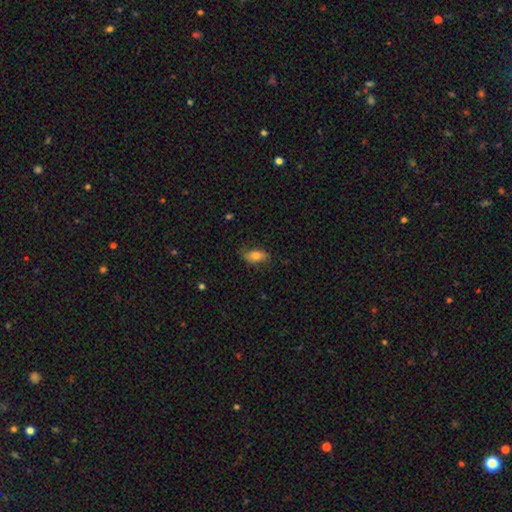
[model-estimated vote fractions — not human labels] Q: Smooth or featured?
A: smooth (67%); runner-up: featured or disk (25%)
Q: How rounded?
A: in between (84%); runner-up: cigar-shaped (10%)
Q: Merging?
A: none (71%); runner-up: minor disturbance (21%)